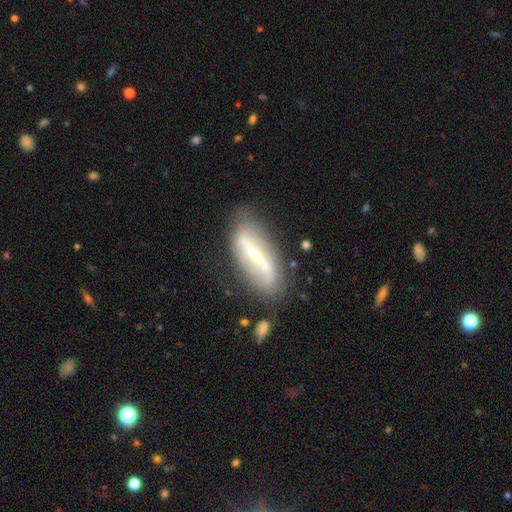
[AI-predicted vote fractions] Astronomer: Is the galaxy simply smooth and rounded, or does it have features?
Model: featured or disk — 68%.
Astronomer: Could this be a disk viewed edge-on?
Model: no — 67%.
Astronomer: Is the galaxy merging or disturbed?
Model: none — 73%.